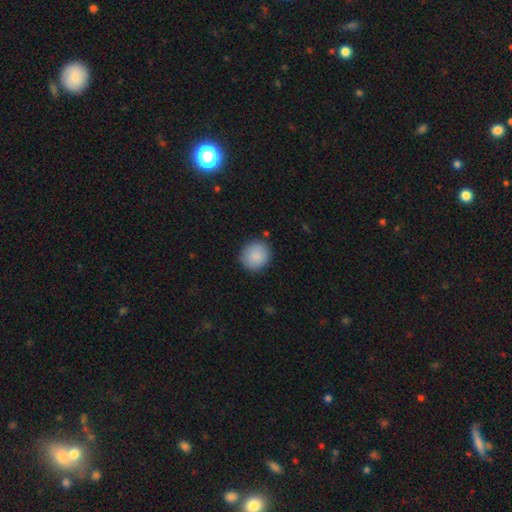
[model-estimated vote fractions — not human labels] smooth 89%, star or artifact 6%, featured or disk 4%. Down the decision tree: how rounded — round (89%); merging — none (88%).